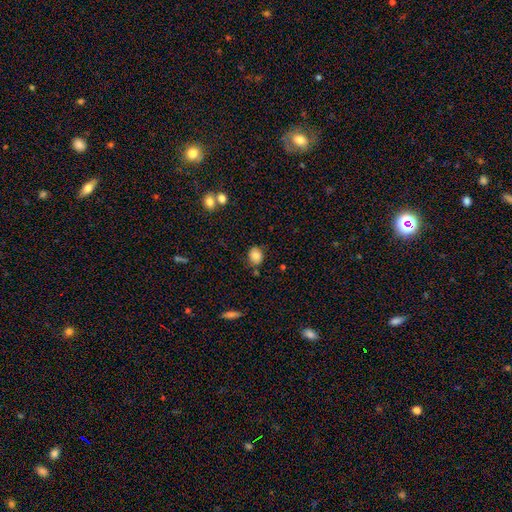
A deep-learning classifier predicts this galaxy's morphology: A smooth galaxy with no disk features (84%) that is round (54%).

Vote fractions:
- Smooth or featured? smooth: 84% / star or artifact: 9% / featured or disk: 7%
- How rounded? round: 54% / in between: 45% / cigar-shaped: 1%
- Merging? none: 75% / minor disturbance: 16% / merger: 5% / major disturbance: 4%